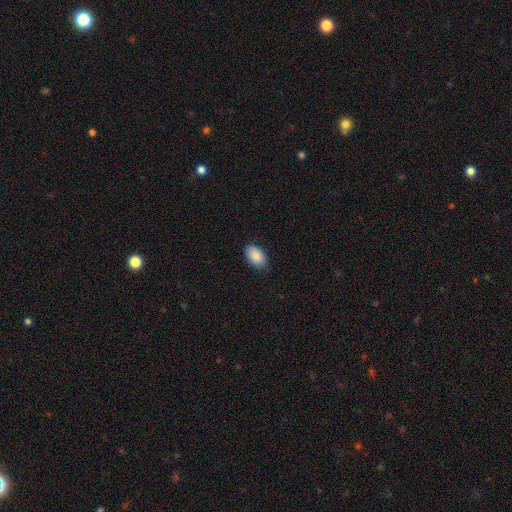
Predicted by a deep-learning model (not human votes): Smooth or featured? smooth (89%)
How rounded? in between (94%)
Merging? none (83%)